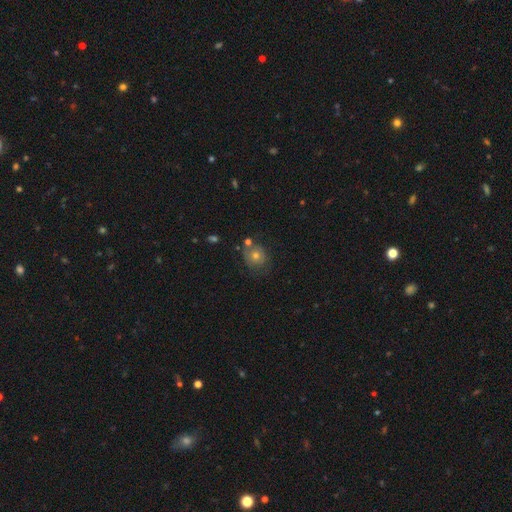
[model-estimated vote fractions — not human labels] A smooth galaxy with no disk features (65%) that is round (77%). Merging: none (67%).